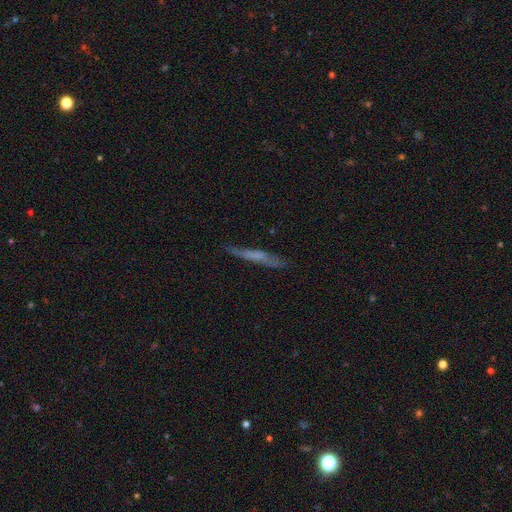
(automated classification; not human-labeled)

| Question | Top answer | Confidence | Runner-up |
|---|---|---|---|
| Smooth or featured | smooth | 48% | featured or disk (44%) |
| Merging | none | 82% | minor disturbance (14%) |